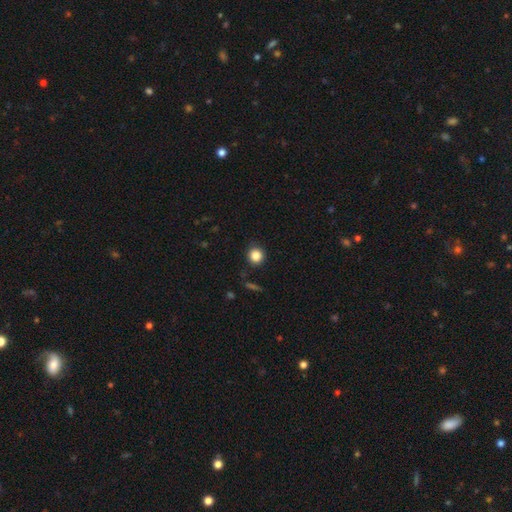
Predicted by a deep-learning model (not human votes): Smooth or featured? Predicted: smooth (p=0.84). How rounded? Predicted: round (p=0.88). Merging? Predicted: none (p=0.86).